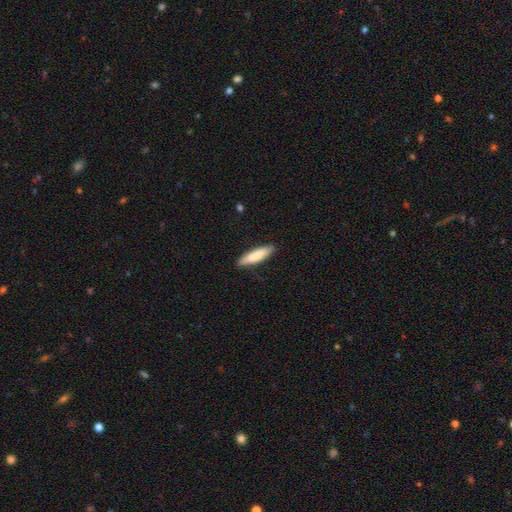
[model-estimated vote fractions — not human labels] This is clearly a smooth galaxy (82%). How rounded: likely cigar-shaped (74%). Merging: clearly none (87%).